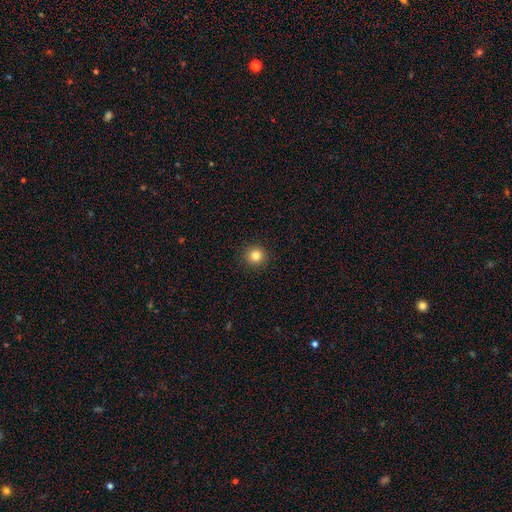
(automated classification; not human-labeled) Smooth or featured?
  - smooth: 83% *
  - star or artifact: 12%
  - featured or disk: 5%
How rounded?
  - round: 94% *
  - in between: 5%
  - cigar-shaped: 1%
Merging?
  - none: 93% *
  - minor disturbance: 5%
  - major disturbance: 2%
  - merger: 1%